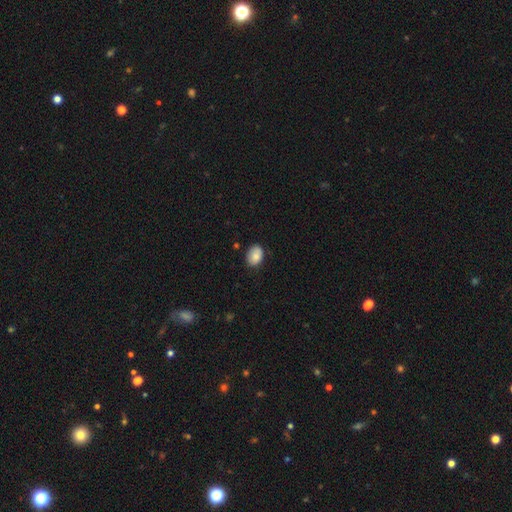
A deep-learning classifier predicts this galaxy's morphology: This is clearly a smooth galaxy (85%). How rounded: likely in between (73%). Merging: likely none (77%).